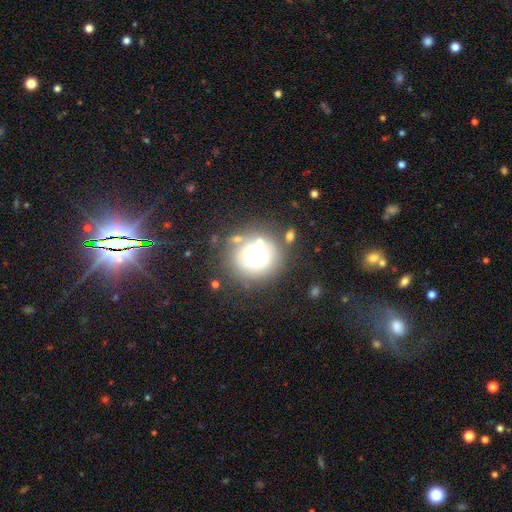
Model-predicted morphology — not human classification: The model was most divided on "smooth or featured": smooth: 52%, featured or disk: 31%, star or artifact: 17%. More confident: how rounded — round (83%); merging — none (61%).